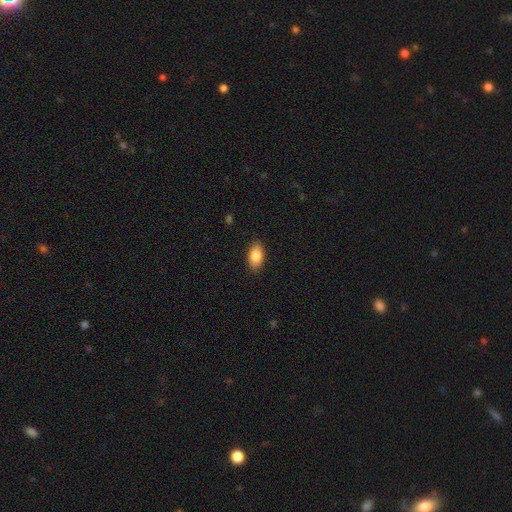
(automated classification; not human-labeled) This appears to be a smooth galaxy with no disk features (86%) that is in between round and cigar-shaped (92%). Merging: none (87%).